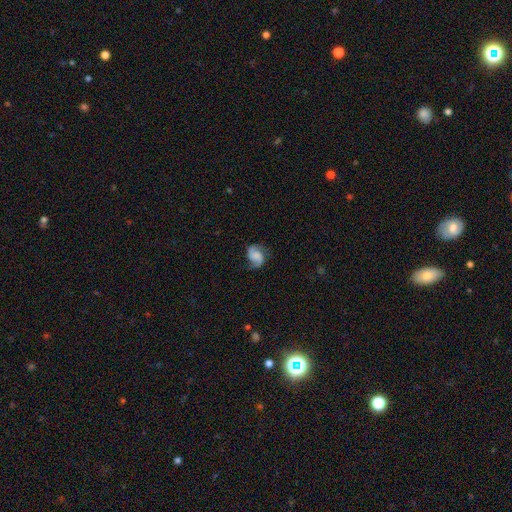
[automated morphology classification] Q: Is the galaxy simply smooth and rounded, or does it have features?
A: featured or disk — 67%.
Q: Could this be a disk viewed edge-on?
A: no — 98%.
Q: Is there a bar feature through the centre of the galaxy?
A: no — 58%.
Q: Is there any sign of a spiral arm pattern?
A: yes — 95%.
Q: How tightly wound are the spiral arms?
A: loose — 45%.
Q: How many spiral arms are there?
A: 2 — 88%.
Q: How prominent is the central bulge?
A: none — 42%.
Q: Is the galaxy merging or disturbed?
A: none — 69%.